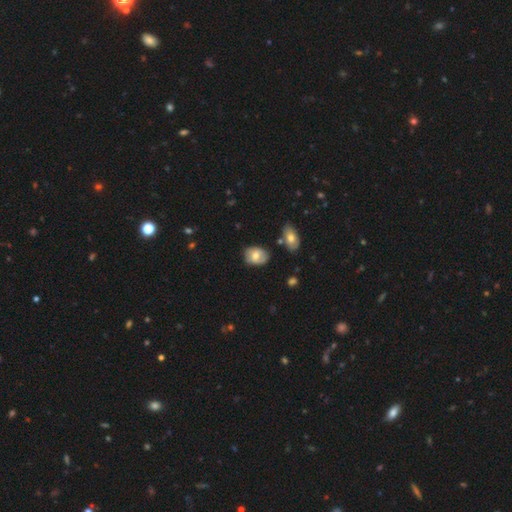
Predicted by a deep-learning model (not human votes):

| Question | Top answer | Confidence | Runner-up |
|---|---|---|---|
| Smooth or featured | smooth | 63% | featured or disk (30%) |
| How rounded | in between | 68% | round (31%) |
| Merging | none | 70% | minor disturbance (21%) |